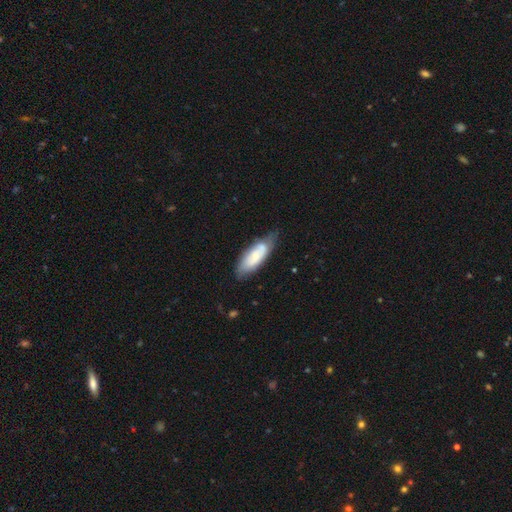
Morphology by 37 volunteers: This is likely a smooth galaxy (62%). How rounded: likely in between (70%). Merging: possibly minor disturbance (50%).